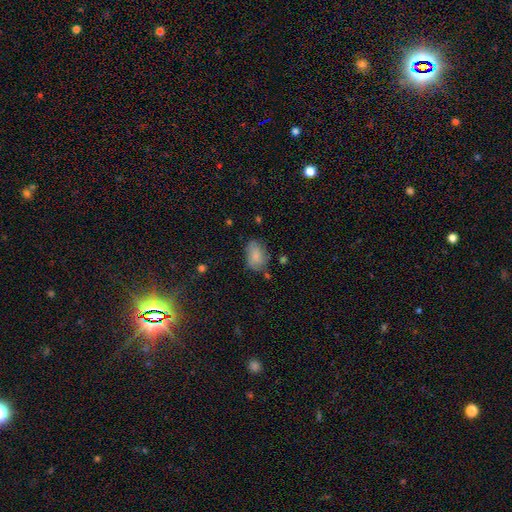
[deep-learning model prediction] This is likely a smooth galaxy (75%). How rounded: clearly in between (82%). Merging: possibly none (60%).